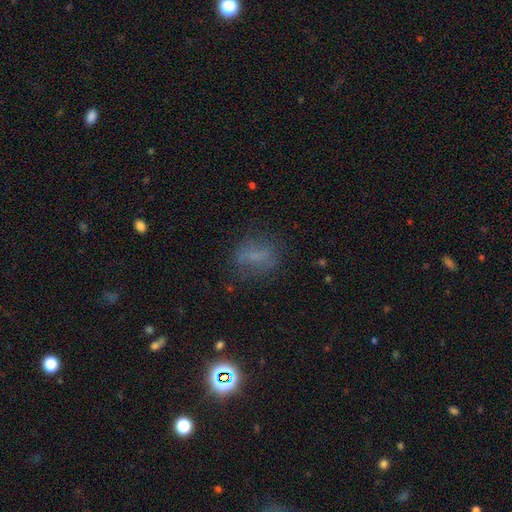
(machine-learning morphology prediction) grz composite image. It shows a smooth galaxy with no disk features (56%) that is in between round and cigar-shaped (62%). Merging: none (70%).